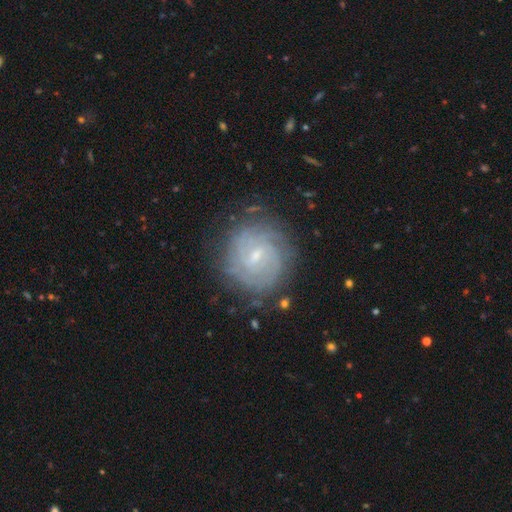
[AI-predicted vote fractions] Smooth or featured: featured or disk — 79% (smooth — 13%)
Edge-on disk: no — 97% (yes — 3%)
Bar: weak — 62% (no — 22%)
Spiral arms: yes — 94% (no — 6%)
Spiral winding: tight — 76% (medium — 20%)
Spiral arm count: can't tell — 43% (2 — 20%)
Bulge size: small — 68% (moderate — 24%)
Merging: none — 80% (minor disturbance — 13%)